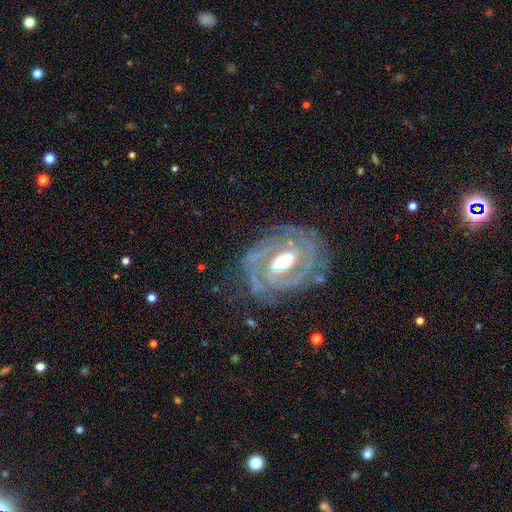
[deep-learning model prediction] Smooth or featured? featured or disk (89%)
Edge-on disk? no (96%)
Bar? weak (42%)
Spiral arms? yes (94%)
Spiral winding? tight (70%)
Spiral arm count? 2 (47%)
Bulge size? moderate (64%)
Merging? none (70%)